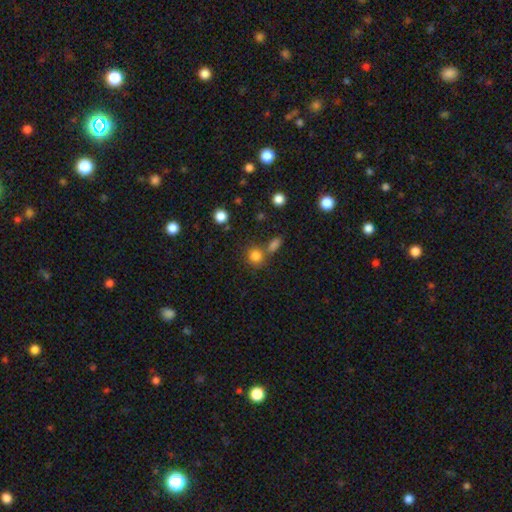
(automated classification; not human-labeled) This is clearly a smooth galaxy (81%). How rounded: clearly round (83%). Merging: likely none (62%).